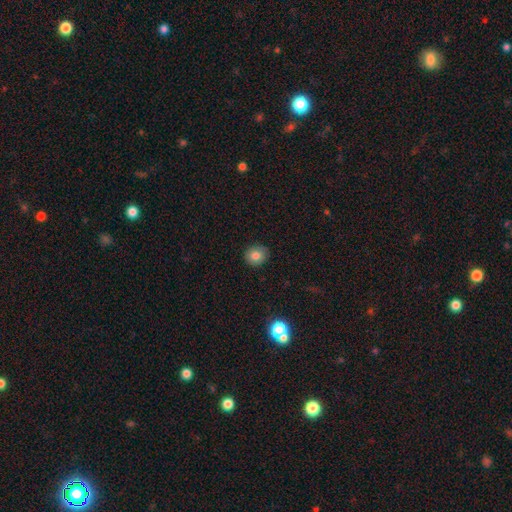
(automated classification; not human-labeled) Q: Smooth or featured?
A: smooth (81%); runner-up: star or artifact (10%)
Q: How rounded?
A: round (76%); runner-up: in between (23%)
Q: Merging?
A: none (88%); runner-up: minor disturbance (9%)